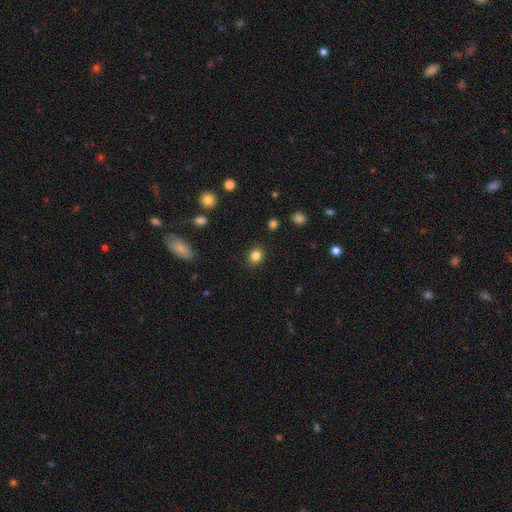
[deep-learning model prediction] smooth_or_featured: smooth (p=0.85) [alt: star or artifact p=0.11]
how_rounded: round (p=0.65) [alt: in between p=0.34]
merging: none (p=0.89) [alt: minor disturbance p=0.08]